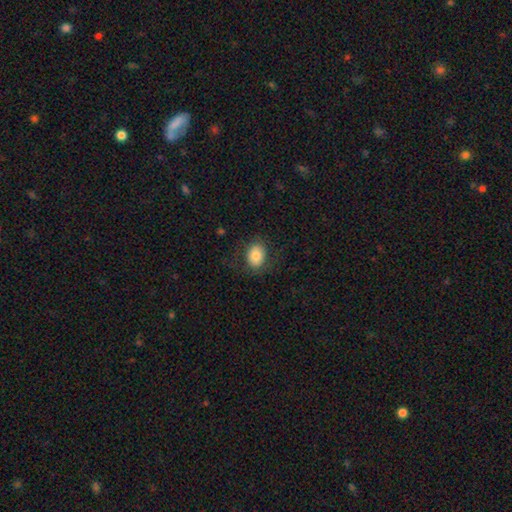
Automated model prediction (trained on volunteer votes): Morphology: type=smooth (80%); roundness=in between (67%); merging=none (79%).